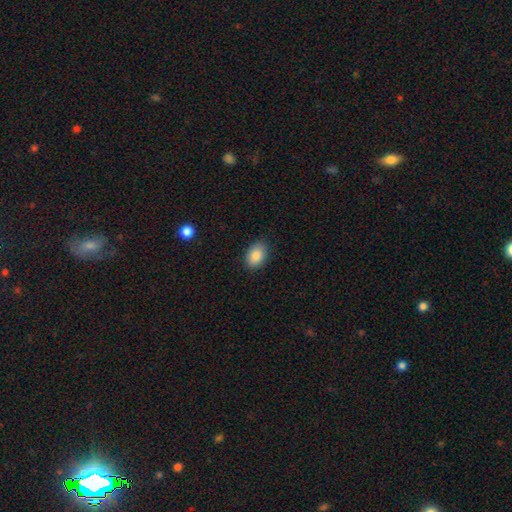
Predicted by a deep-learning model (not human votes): Smooth or featured? Predicted: smooth (p=0.87). How rounded? Predicted: in between (p=0.84). Merging? Predicted: none (p=0.85).